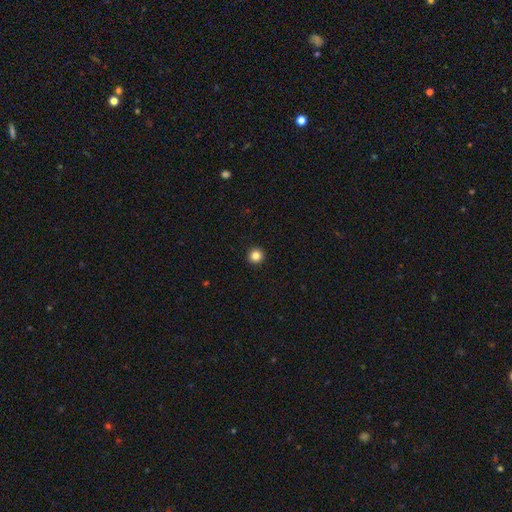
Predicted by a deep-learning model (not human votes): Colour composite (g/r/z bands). It shows a smooth galaxy with no disk features (85%) that is round (96%). Merging: none (94%).